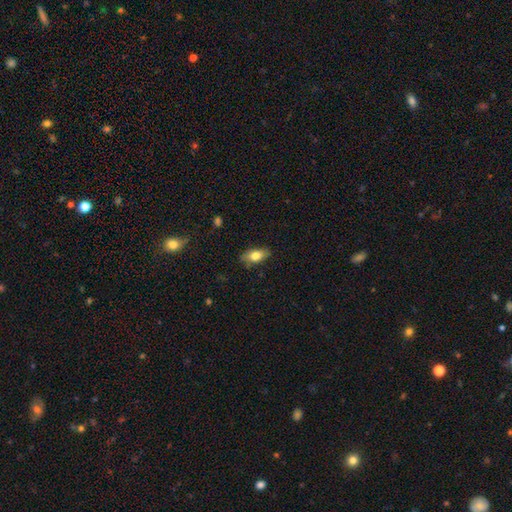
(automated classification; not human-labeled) Q: Smooth or featured?
A: smooth (74%); runner-up: featured or disk (19%)
Q: How rounded?
A: in between (85%); runner-up: cigar-shaped (11%)
Q: Merging?
A: none (82%); runner-up: minor disturbance (14%)